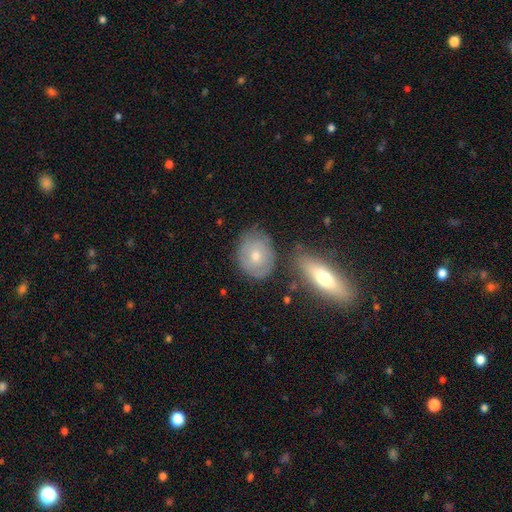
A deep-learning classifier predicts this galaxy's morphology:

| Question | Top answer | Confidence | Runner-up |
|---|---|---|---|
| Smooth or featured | smooth | 54% | featured or disk (39%) |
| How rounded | round | 57% | in between (41%) |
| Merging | none | 67% | minor disturbance (20%) |